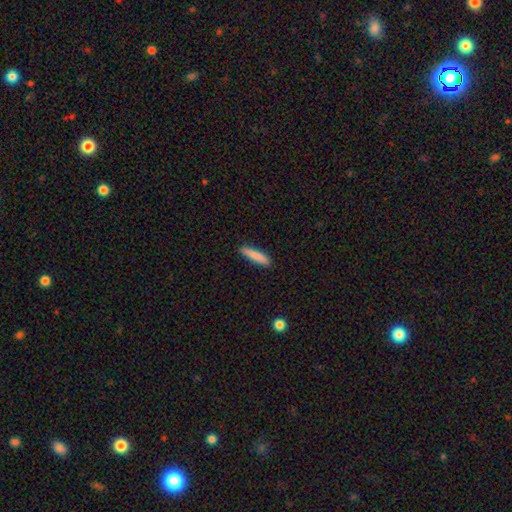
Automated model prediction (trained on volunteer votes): Morphology: type=smooth (86%); roundness=cigar-shaped (84%); merging=none (89%).